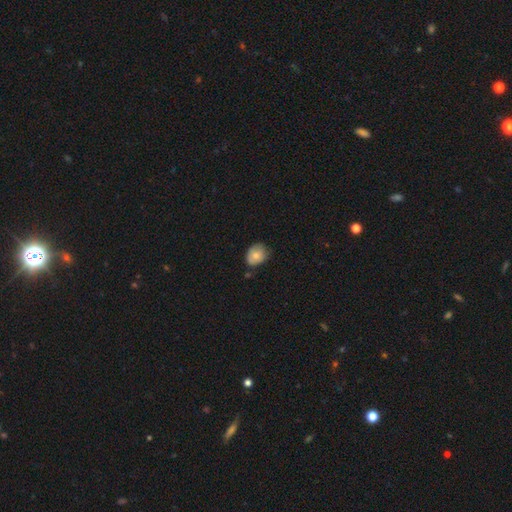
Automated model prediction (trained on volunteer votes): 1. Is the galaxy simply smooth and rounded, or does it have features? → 74% smooth, 18% featured or disk, 8% star or artifact.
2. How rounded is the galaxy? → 50% in between, 49% round, 1% cigar-shaped.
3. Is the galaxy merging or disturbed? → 61% none, 31% minor disturbance, 5% major disturbance, 3% merger.